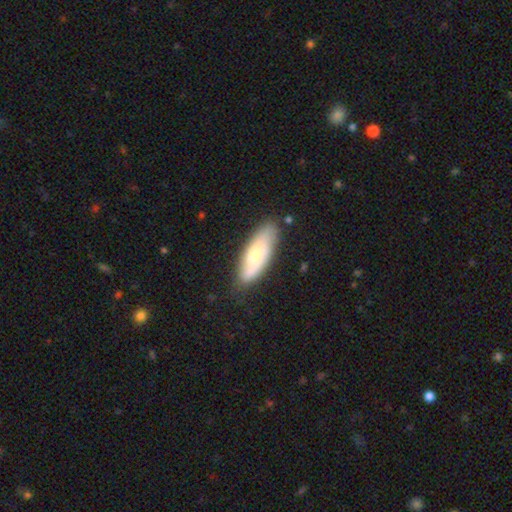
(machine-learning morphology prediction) This is likely a smooth galaxy (60%). How rounded: likely in between (65%). Merging: likely none (76%).